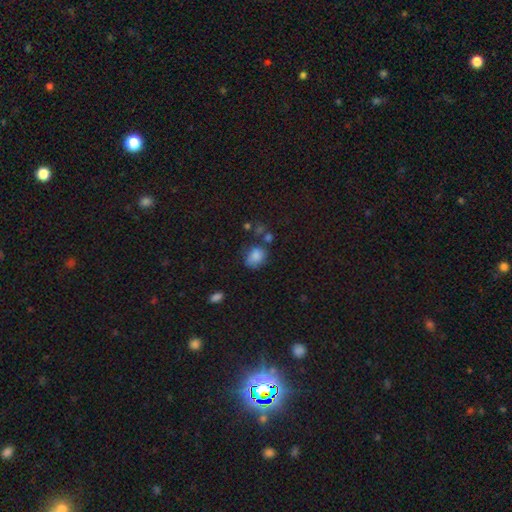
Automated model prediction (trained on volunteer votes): Overall: smooth (81%). How rounded: in between (62%; round 37%). Merging: none (51%; minor disturbance 28%).